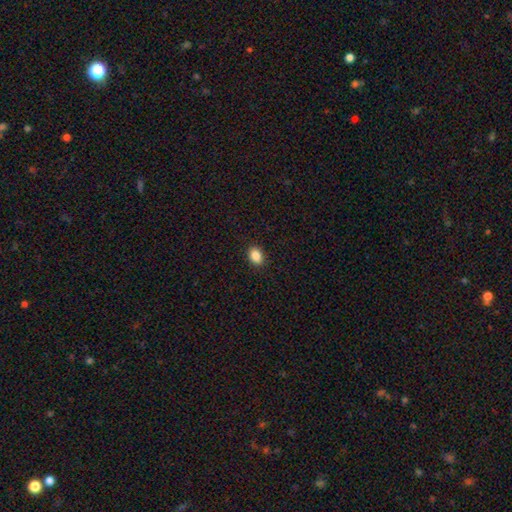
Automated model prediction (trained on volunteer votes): This is clearly a smooth galaxy (87%). How rounded: likely in between (69%). Merging: clearly none (91%).